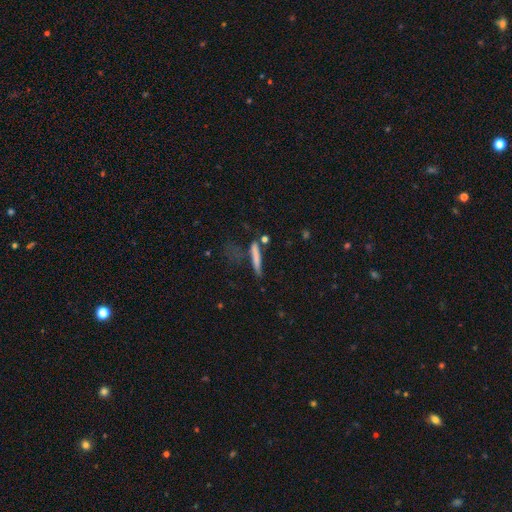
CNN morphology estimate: Smooth or featured? smooth (68%)
How rounded? cigar-shaped (91%)
Merging? none (57%)